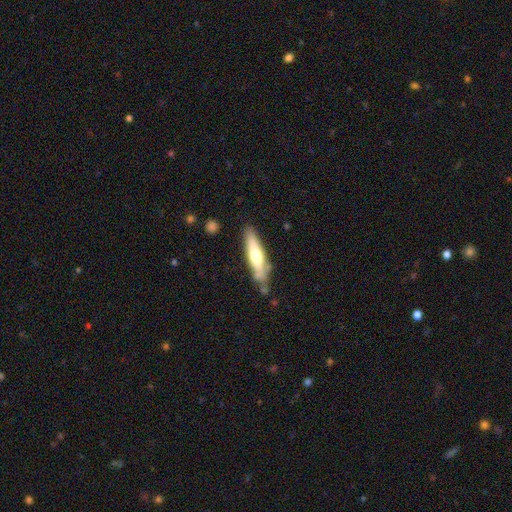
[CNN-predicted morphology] smooth-or-featured: smooth: 57% | featured or disk: 38% | star or artifact: 5%
  how-rounded: cigar-shaped: 75% | in between: 23% | round: 1%
  merging: none: 69% | minor disturbance: 20% | merger: 7% | major disturbance: 5%